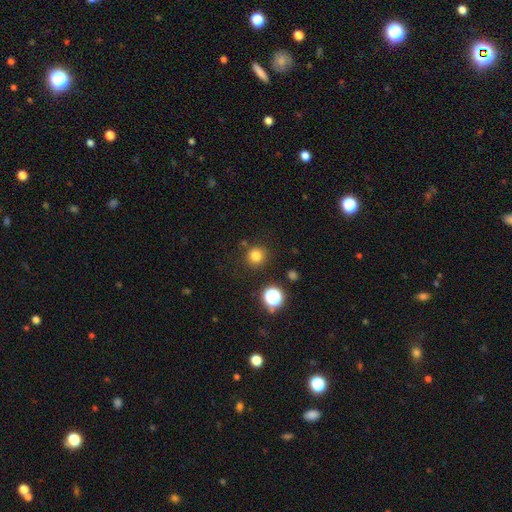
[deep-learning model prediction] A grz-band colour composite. It shows a smooth galaxy with no disk features (79%) that is round (94%). Merging: none (86%).